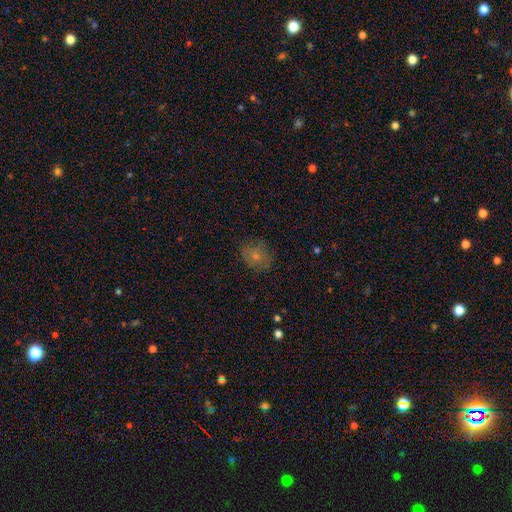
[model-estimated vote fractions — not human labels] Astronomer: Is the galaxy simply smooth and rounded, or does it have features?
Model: smooth — 64%.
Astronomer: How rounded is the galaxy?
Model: round — 58% (runner-up: in between, 41%).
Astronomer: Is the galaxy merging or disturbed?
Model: none — 71%.